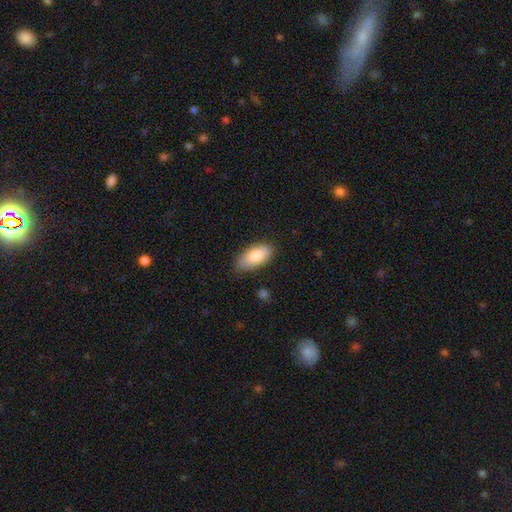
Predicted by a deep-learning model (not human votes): smooth 84%, featured or disk 10%, star or artifact 6%. Down the decision tree: how rounded — in between (91%); merging — none (80%).